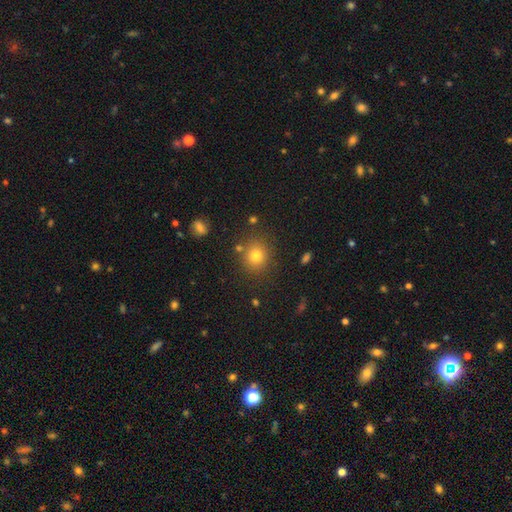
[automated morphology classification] smooth 78%, star or artifact 15%, featured or disk 7%. Down the decision tree: how rounded — round (84%); merging — none (83%).